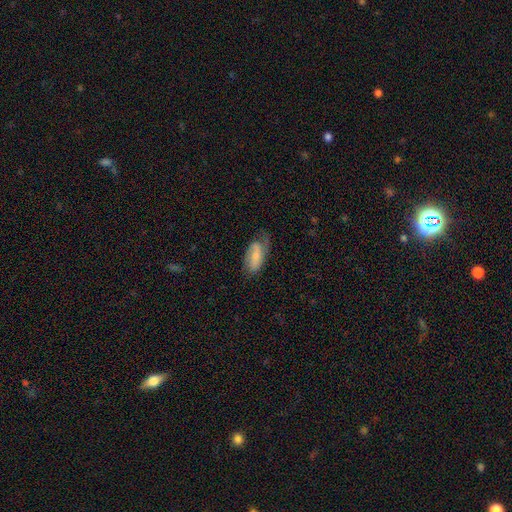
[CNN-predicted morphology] Overall: smooth (47%; featured or disk 46%). Merging: none (51%; minor disturbance 29%).